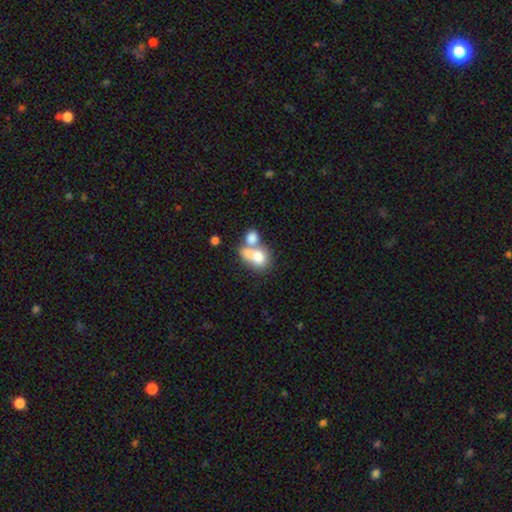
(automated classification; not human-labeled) Morphology: type=smooth (72%); roundness=in between (69%); merging=merger (64%).